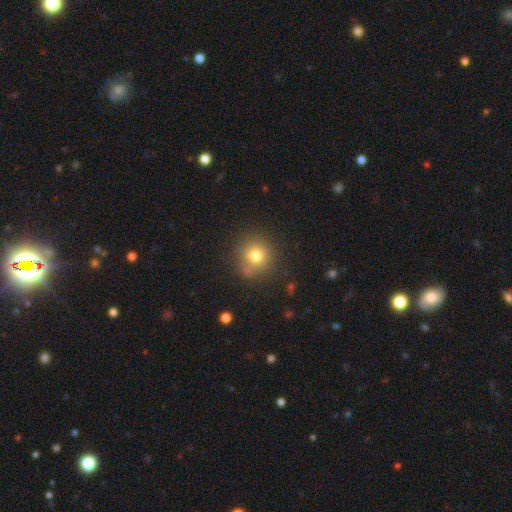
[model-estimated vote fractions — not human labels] A smooth galaxy with no disk features (75%) that is round (90%).

Vote fractions:
- Smooth or featured? smooth: 75% / star or artifact: 13% / featured or disk: 12%
- How rounded? round: 90% / in between: 9% / cigar-shaped: 1%
- Merging? none: 73% / minor disturbance: 16% / major disturbance: 6% / merger: 5%